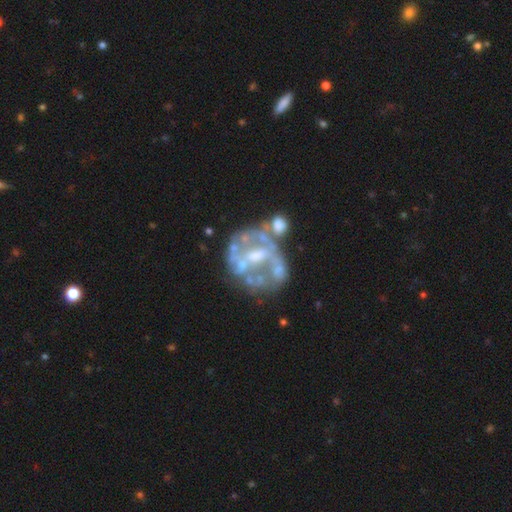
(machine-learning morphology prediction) A featured or disk galaxy (79%) with no bar (49%), no spiral arms (66%) and a moderate central bulge (40%).

Vote fractions:
- Smooth or featured? featured or disk: 79% / smooth: 12% / star or artifact: 10%
- Edge-on disk? no: 98% / yes: 2%
- Bar? no: 49% / weak: 33% / strong: 18%
- Spiral arms? no: 66% / yes: 34%
- Bulge size? moderate: 40% / small: 31% / none: 24% / large: 4% / dominant: 1%
- Merging? none: 40% / major disturbance: 23% / merger: 20% / minor disturbance: 17%